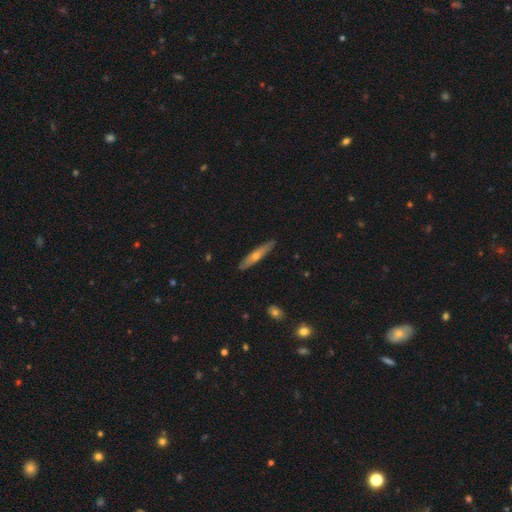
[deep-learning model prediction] A featured or disk galaxy (53%) viewed edge-on (89%). Merging: none (89%).